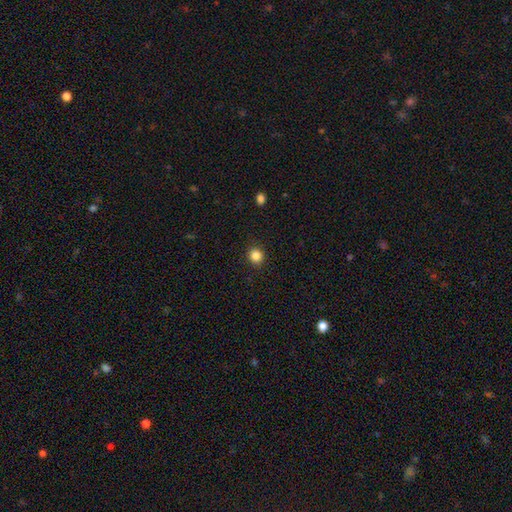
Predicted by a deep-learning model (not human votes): Smooth or featured? smooth (84%)
How rounded? round (87%)
Merging? none (92%)